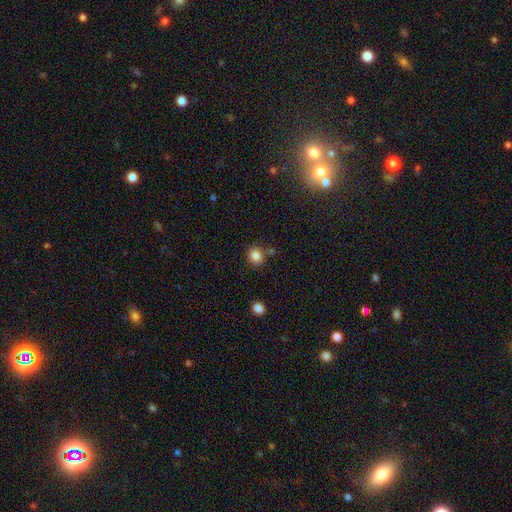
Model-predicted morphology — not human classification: smooth_or_featured: smooth (p=0.84) [alt: star or artifact p=0.11]
how_rounded: round (p=0.84) [alt: in between p=0.15]
merging: none (p=0.80) [alt: minor disturbance p=0.09]